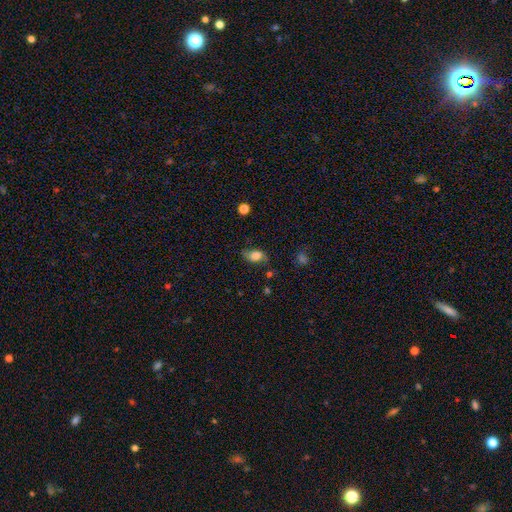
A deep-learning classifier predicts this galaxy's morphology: This appears to be a smooth galaxy with no disk features (68%) that is in between round and cigar-shaped (82%). Merging: none (62%).